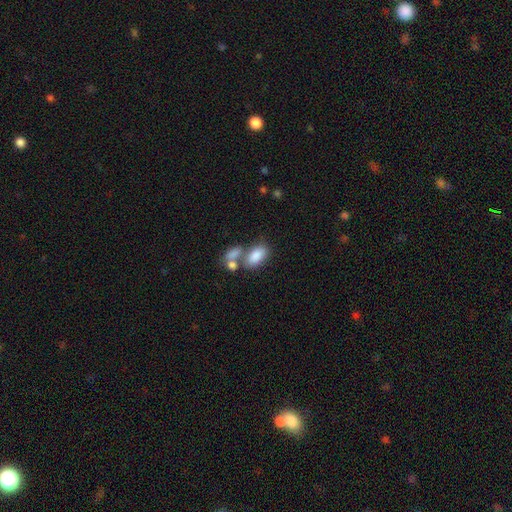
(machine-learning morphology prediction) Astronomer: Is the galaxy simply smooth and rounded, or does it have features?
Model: smooth — 82%.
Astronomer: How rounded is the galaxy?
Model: in between — 92%.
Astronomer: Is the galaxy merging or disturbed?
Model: merger — 41% (runner-up: none, 40%).